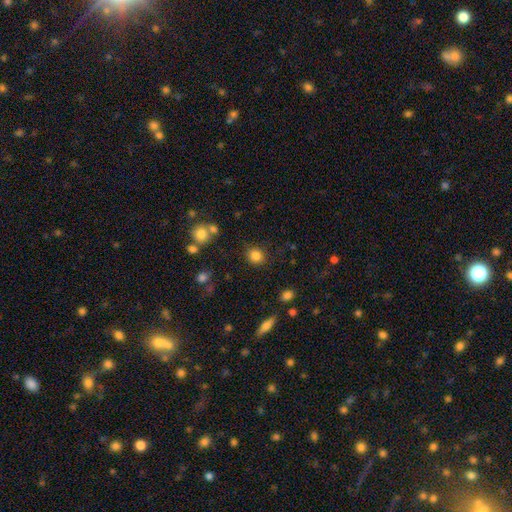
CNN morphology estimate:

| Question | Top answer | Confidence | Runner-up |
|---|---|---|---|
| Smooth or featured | smooth | 84% | star or artifact (11%) |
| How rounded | round | 76% | in between (23%) |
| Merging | none | 84% | minor disturbance (9%) |